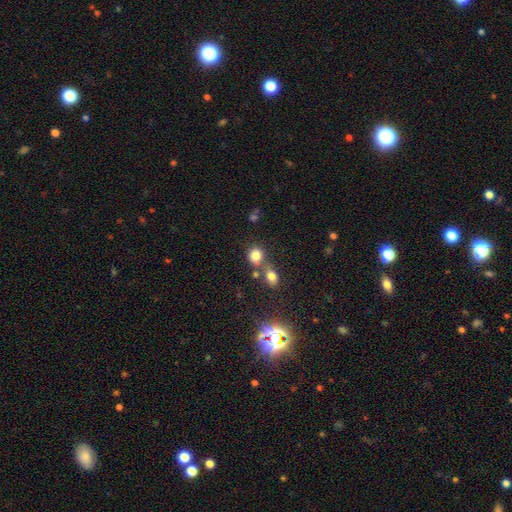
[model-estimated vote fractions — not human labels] Morphology: type=smooth (78%); roundness=round (75%); merging=none (49%).